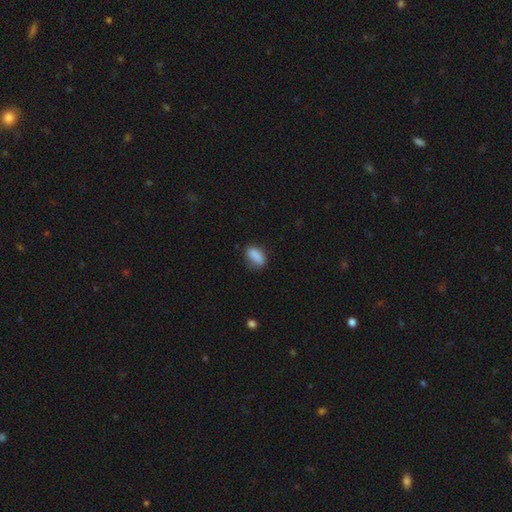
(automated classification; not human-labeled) smooth-or-featured: smooth: 85% | star or artifact: 8% | featured or disk: 6%
  how-rounded: in between: 80% | cigar-shaped: 12% | round: 8%
  merging: none: 68% | minor disturbance: 24% | major disturbance: 6% | merger: 3%